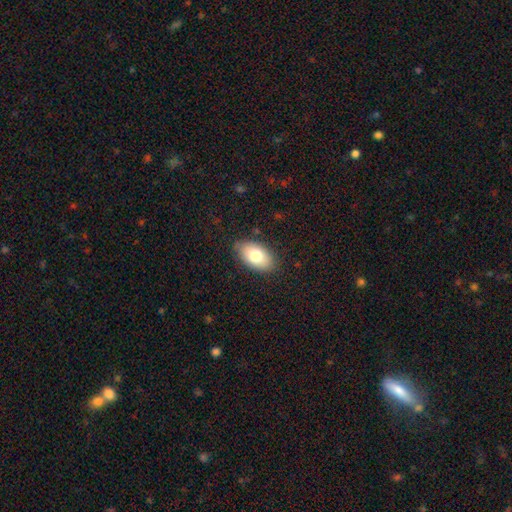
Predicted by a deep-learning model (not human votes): Q: Smooth or featured?
A: smooth (77%); runner-up: featured or disk (16%)
Q: How rounded?
A: in between (93%); runner-up: round (5%)
Q: Merging?
A: none (84%); runner-up: minor disturbance (13%)